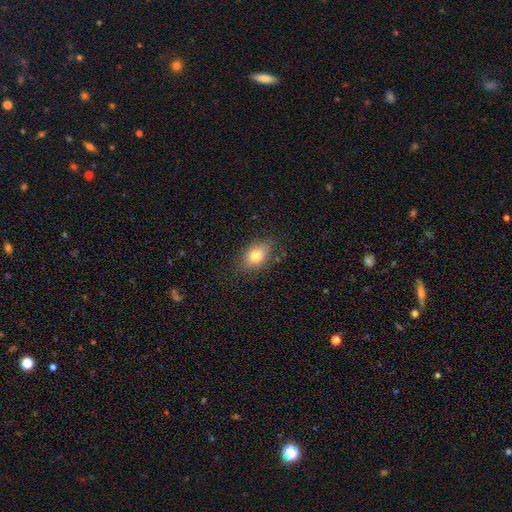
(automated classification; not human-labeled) smooth 76%, featured or disk 14%, star or artifact 10%. Down the decision tree: how rounded — in between (79%); merging — none (81%).